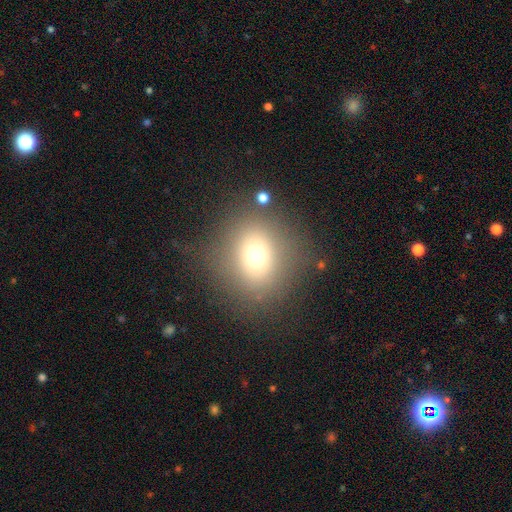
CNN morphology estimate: This appears to be a smooth galaxy with no disk features (68%) that is round (81%). Merging: none (80%).